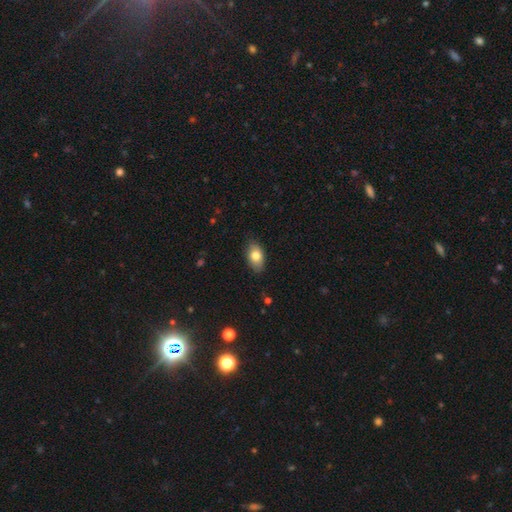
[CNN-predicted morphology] A smooth galaxy with no disk features (78%) that is in between round and cigar-shaped (91%). Merging: none (82%).